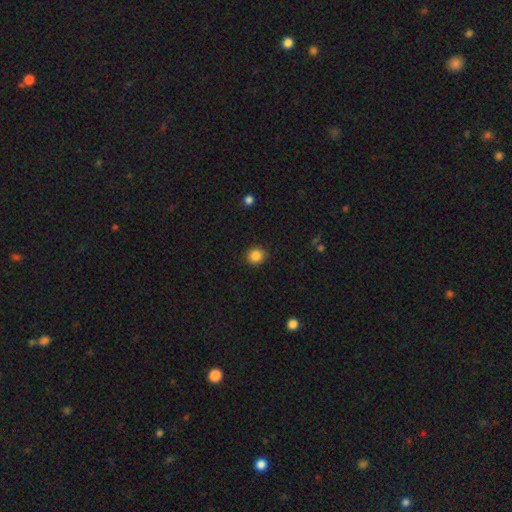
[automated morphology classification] A smooth galaxy with no disk features (86%) that is round (85%).

Vote fractions:
- Smooth or featured? smooth: 86% / star or artifact: 10% / featured or disk: 4%
- How rounded? round: 85% / in between: 14% / cigar-shaped: 1%
- Merging? none: 90% / minor disturbance: 7% / major disturbance: 2% / merger: 1%